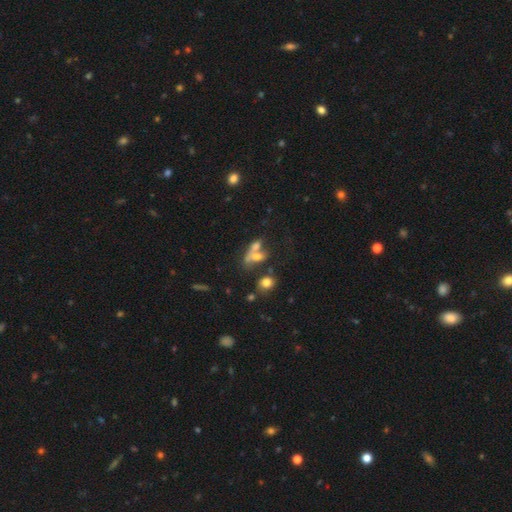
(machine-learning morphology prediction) A smooth galaxy with no disk features (57%) that is in between round and cigar-shaped (67%).

Vote fractions:
- Smooth or featured? smooth: 57% / featured or disk: 28% / star or artifact: 15%
- How rounded? in between: 67% / round: 18% / cigar-shaped: 15%
- Merging? merger: 52% / none: 27% / minor disturbance: 11% / major disturbance: 10%